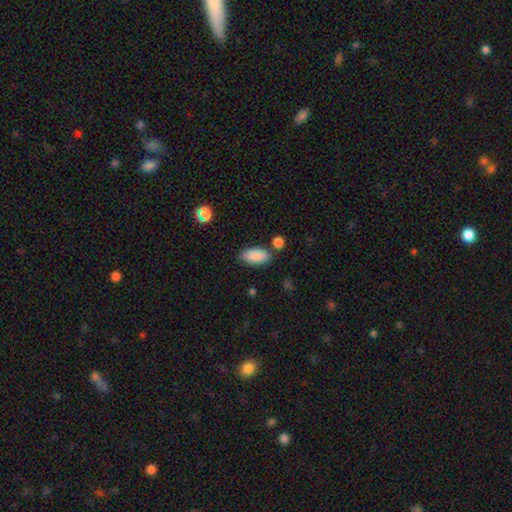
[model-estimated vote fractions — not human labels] The model was most divided on "merging": none: 76%, minor disturbance: 13%, merger: 8%, major disturbance: 3%. More confident: how rounded — in between (91%); smooth or featured — smooth (88%).